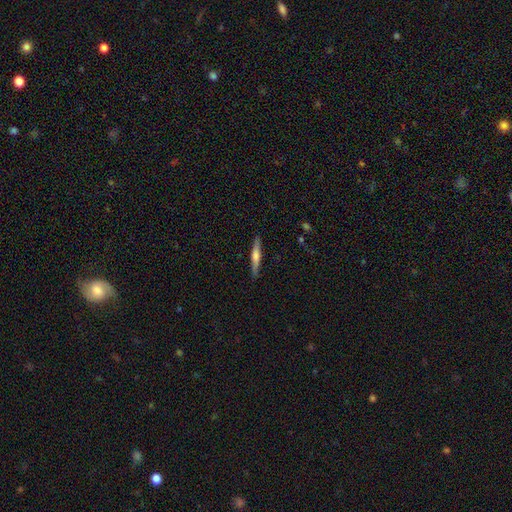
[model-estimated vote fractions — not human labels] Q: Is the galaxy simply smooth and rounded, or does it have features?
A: featured or disk — 53%.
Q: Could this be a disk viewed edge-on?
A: yes — 97%.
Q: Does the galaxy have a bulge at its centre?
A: rounded — 70%.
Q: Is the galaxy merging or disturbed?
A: none — 90%.